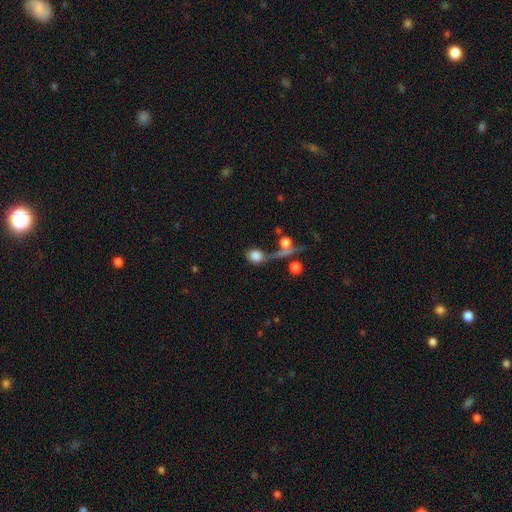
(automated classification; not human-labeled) The model was most divided on "merging": none: 39%, merger: 29%, major disturbance: 18%, minor disturbance: 15%. More confident: smooth or featured — smooth (77%); how rounded — round (65%).